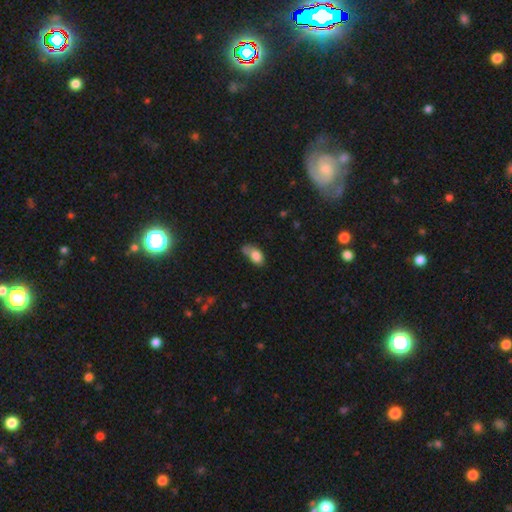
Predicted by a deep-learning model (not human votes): smooth_or_featured: smooth (p=0.80) [alt: featured or disk p=0.11]
how_rounded: in between (p=0.88) [alt: round p=0.09]
merging: none (p=0.34) [alt: minor disturbance p=0.32]